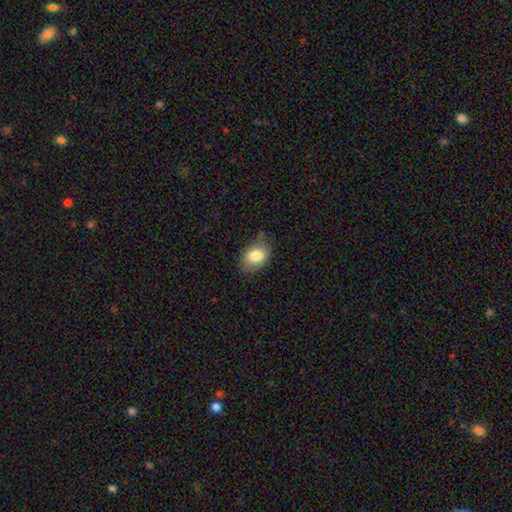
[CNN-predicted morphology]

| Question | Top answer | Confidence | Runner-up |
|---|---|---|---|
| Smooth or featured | smooth | 83% | featured or disk (9%) |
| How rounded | in between | 80% | round (19%) |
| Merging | none | 76% | minor disturbance (18%) |